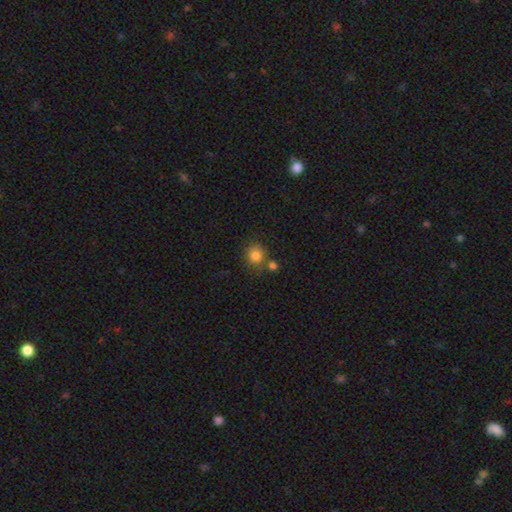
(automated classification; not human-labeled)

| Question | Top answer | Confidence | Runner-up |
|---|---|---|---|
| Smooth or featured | smooth | 82% | star or artifact (12%) |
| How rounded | round | 83% | in between (16%) |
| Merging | none | 67% | merger (18%) |